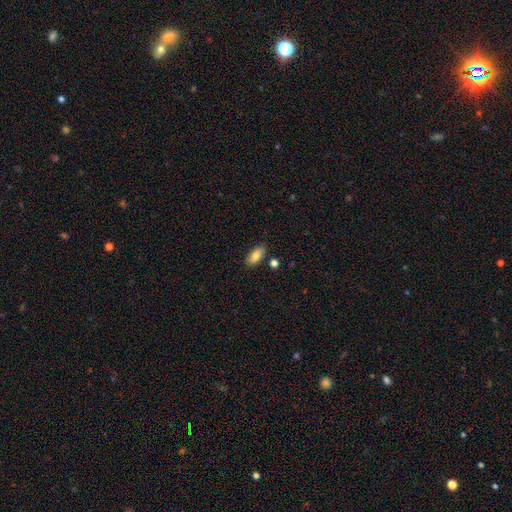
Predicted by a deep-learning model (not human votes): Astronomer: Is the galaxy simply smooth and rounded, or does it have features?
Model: smooth — 82%.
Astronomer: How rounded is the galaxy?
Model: in between — 86%.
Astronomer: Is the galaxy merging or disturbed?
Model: none — 80%.